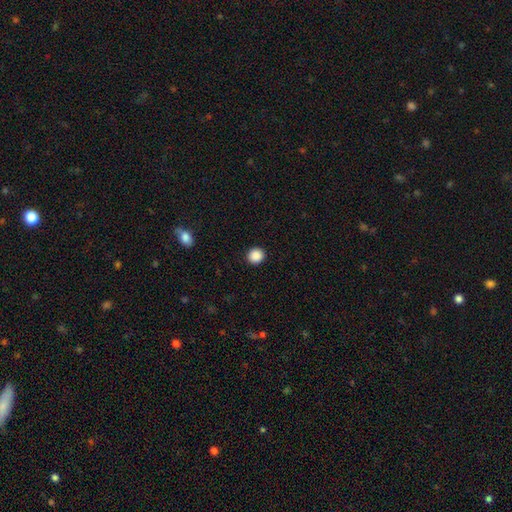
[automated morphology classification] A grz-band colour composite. It shows a smooth galaxy with no disk features (89%) that is round (93%). Merging: none (93%).